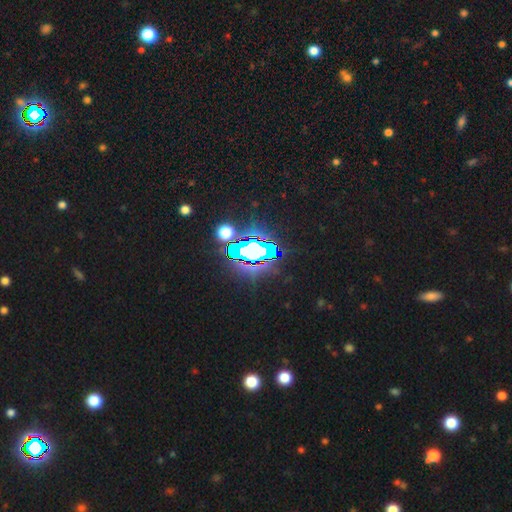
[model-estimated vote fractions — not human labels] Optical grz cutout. It shows a star or artifact, not a galaxy (75%).